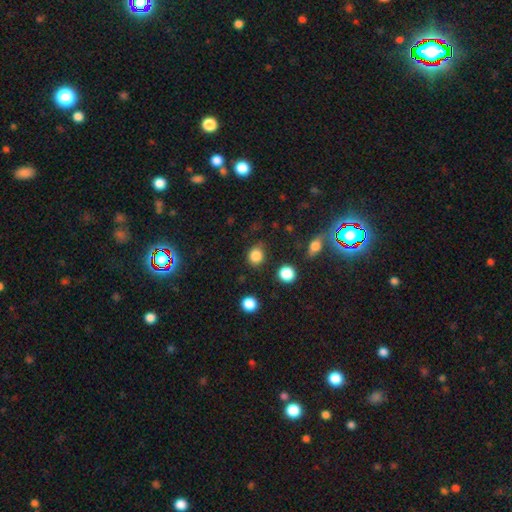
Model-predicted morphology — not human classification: smooth 83%, star or artifact 11%, featured or disk 5%. Down the decision tree: how rounded — round (75%); merging — none (77%).